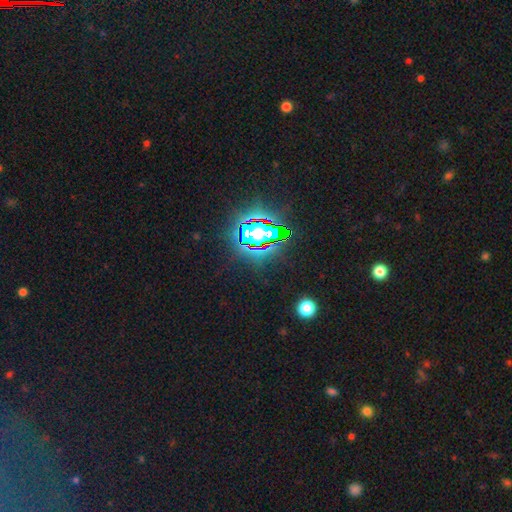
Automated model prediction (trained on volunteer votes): Smooth or featured? Predicted: star or artifact (p=0.85).